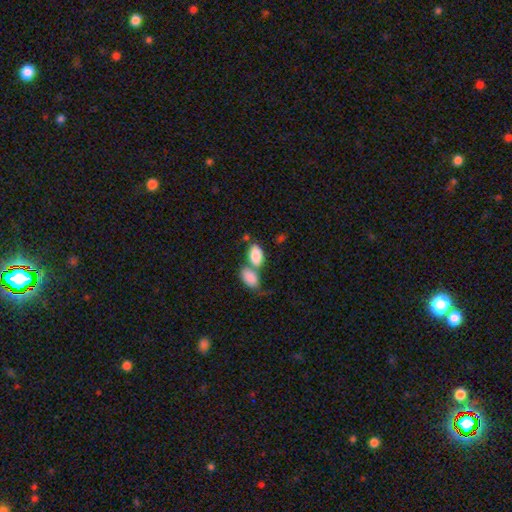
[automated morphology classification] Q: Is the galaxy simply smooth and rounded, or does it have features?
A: smooth — 85%.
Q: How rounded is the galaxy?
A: in between — 93%.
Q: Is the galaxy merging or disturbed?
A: merger — 52%.